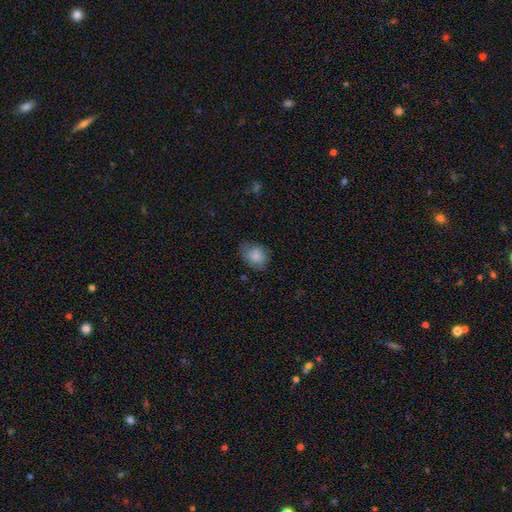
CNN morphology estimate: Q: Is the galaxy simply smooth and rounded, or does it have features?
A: smooth — 81%.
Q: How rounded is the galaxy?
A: in between — 56%.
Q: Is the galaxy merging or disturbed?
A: none — 62%.